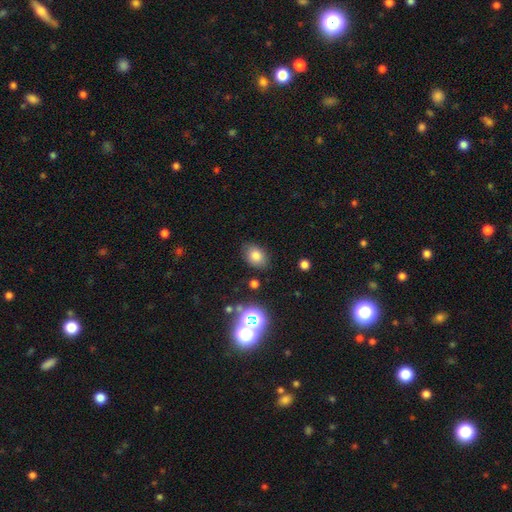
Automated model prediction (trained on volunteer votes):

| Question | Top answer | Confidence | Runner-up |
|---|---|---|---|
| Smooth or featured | smooth | 78% | star or artifact (14%) |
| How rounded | in between | 73% | round (26%) |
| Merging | none | 81% | minor disturbance (13%) |